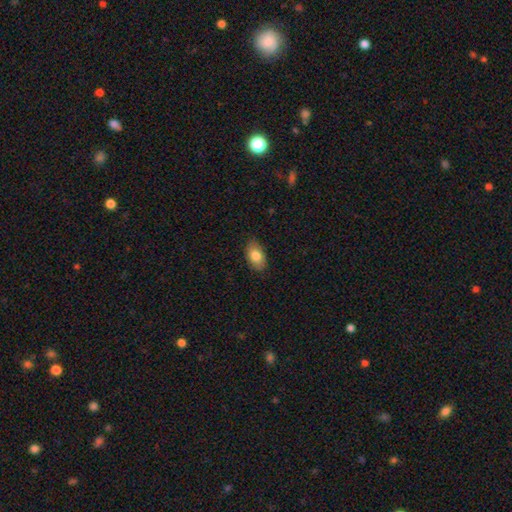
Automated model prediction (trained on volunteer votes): Morphology: type=smooth (81%); roundness=in between (92%); merging=none (83%).